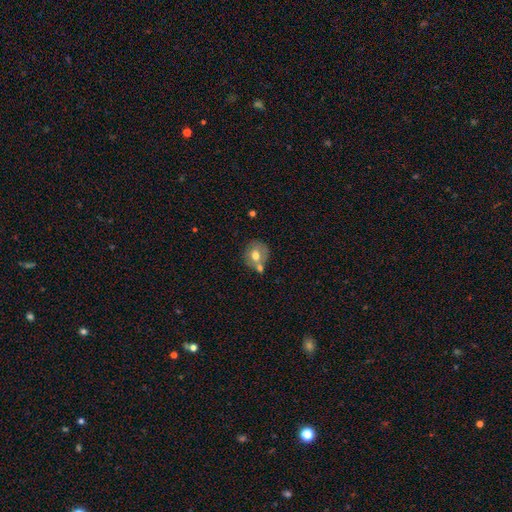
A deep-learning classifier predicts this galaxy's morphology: Smooth or featured? Predicted: smooth (p=0.62). How rounded? Predicted: round (p=0.76). Merging? Predicted: none (p=0.49).